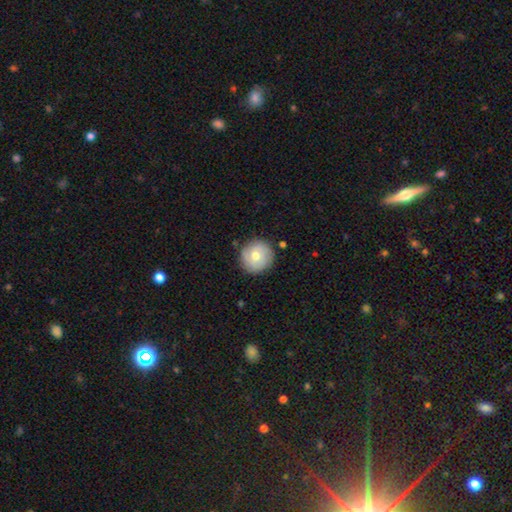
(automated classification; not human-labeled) The model was most divided on "smooth or featured": smooth: 63%, featured or disk: 30%, star or artifact: 7%. More confident: how rounded — round (94%); merging — none (85%).